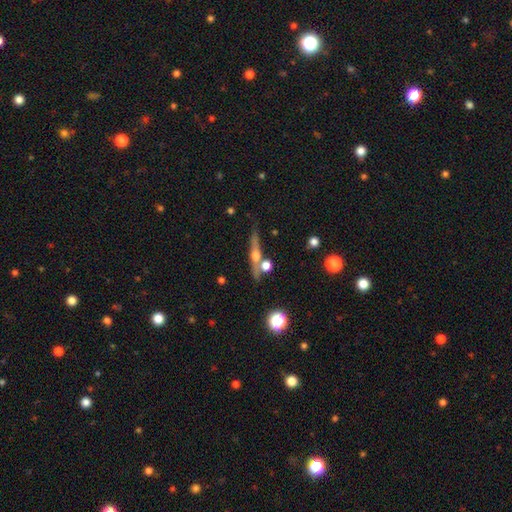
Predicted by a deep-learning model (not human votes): The model was most divided on "smooth or featured": featured or disk: 63%, smooth: 28%, star or artifact: 9%. More confident: edge-on disk — yes (93%); edge-on bulge — rounded (90%); merging — none (71%).